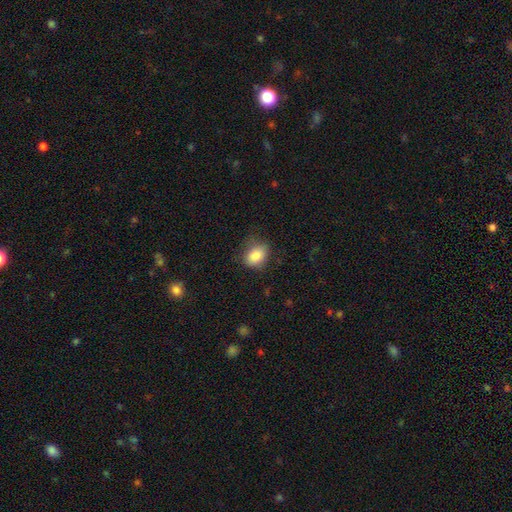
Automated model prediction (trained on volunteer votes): Smooth or featured? Predicted: smooth (p=0.86). How rounded? Predicted: in between (p=0.72). Merging? Predicted: none (p=0.66).